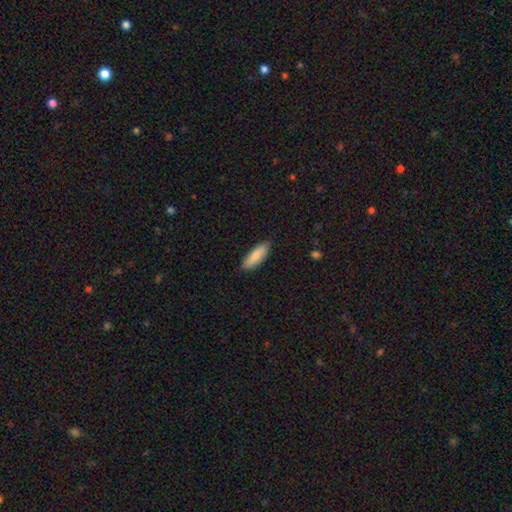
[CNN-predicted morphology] Smooth or featured? Predicted: smooth (p=0.83). How rounded? Predicted: in between (p=0.59). Merging? Predicted: none (p=0.86).